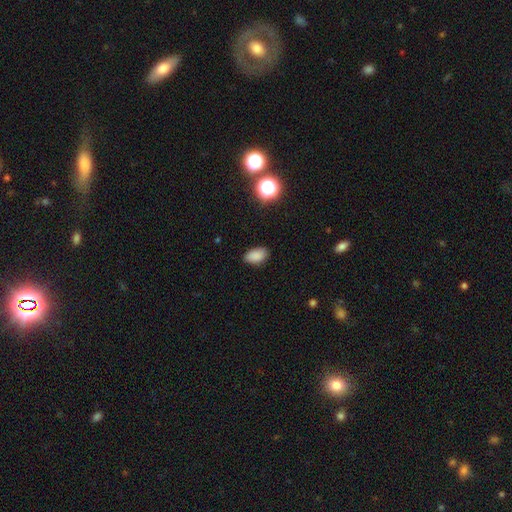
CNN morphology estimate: Overall: smooth (86%). How rounded: in between (92%). Merging: none (86%).